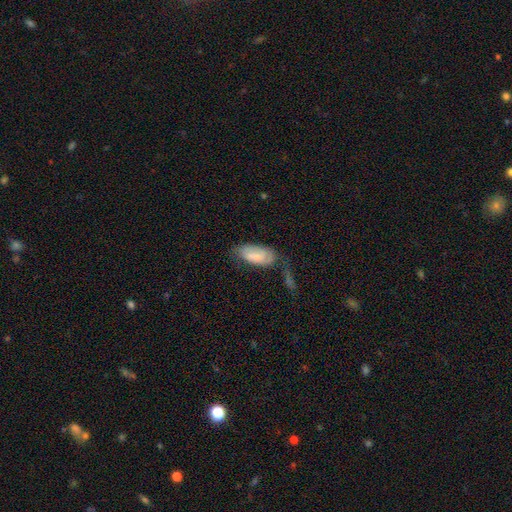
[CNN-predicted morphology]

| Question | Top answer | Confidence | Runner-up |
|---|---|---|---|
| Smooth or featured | smooth | 75% | featured or disk (19%) |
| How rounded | in between | 88% | cigar-shaped (10%) |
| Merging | none | 44% | minor disturbance (31%) |